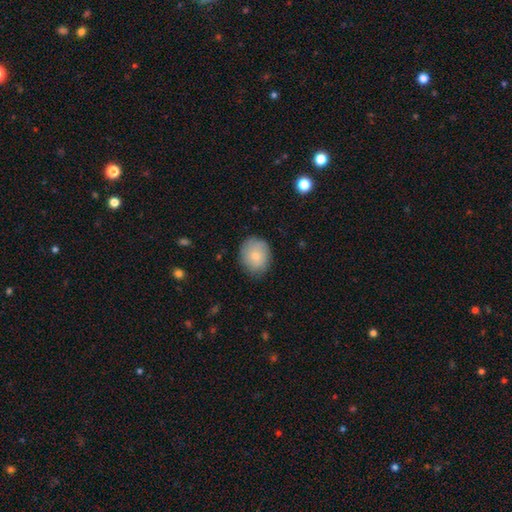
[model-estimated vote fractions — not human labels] Overall: smooth (82%). How rounded: round (61%; in between 38%). Merging: none (79%).